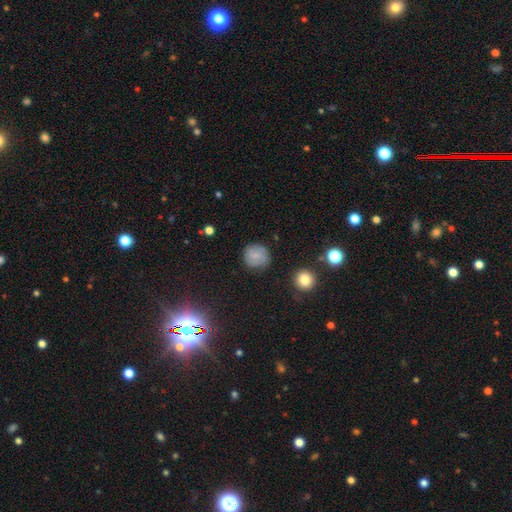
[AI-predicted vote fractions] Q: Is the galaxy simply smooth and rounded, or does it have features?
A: smooth — 77%.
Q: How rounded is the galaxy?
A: round — 92%.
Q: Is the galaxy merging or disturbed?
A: none — 81%.